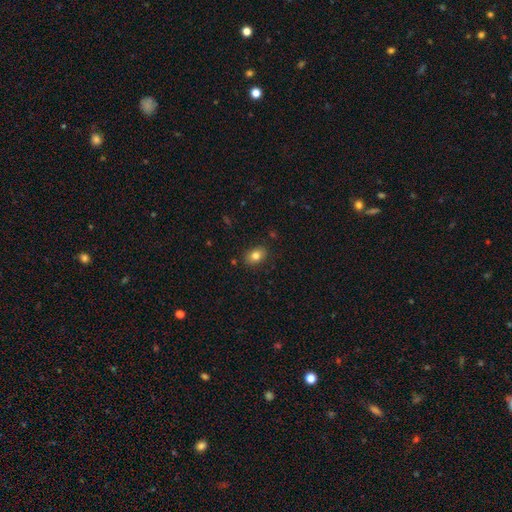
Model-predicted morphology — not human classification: Smooth or featured?
  - smooth: 81% *
  - featured or disk: 10%
  - star or artifact: 10%
How rounded?
  - in between: 77% *
  - round: 22%
  - cigar-shaped: 1%
Merging?
  - none: 86% *
  - minor disturbance: 10%
  - major disturbance: 2%
  - merger: 2%